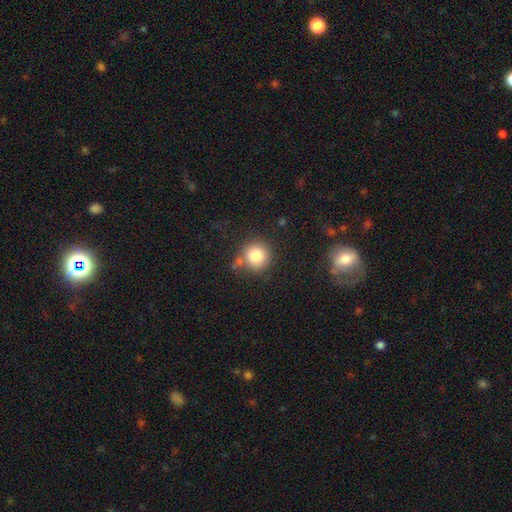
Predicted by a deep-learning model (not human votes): Smooth or featured?
  - smooth: 81% *
  - star or artifact: 11%
  - featured or disk: 8%
How rounded?
  - round: 93% *
  - in between: 6%
  - cigar-shaped: 1%
Merging?
  - none: 75% *
  - minor disturbance: 13%
  - merger: 7%
  - major disturbance: 4%